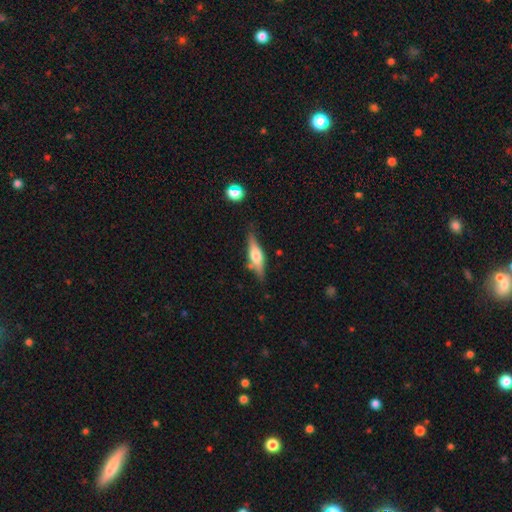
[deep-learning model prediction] Overall: featured or disk (56%; smooth 37%). Edge-on disk: yes (94%). Edge-on bulge: rounded (86%). Merging: none (77%).